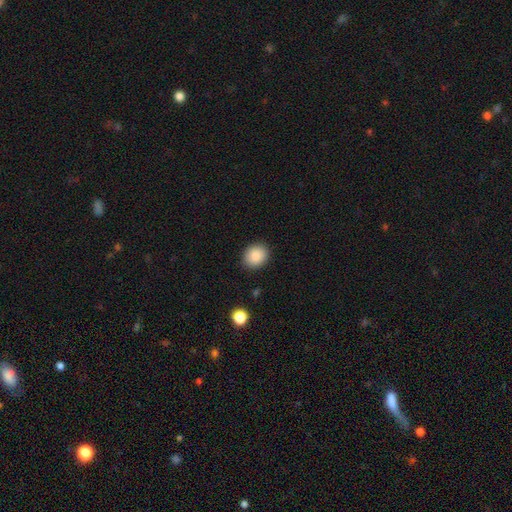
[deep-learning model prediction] Smooth or featured?
  - smooth: 88% *
  - star or artifact: 8%
  - featured or disk: 4%
How rounded?
  - round: 62% *
  - in between: 37%
  - cigar-shaped: 1%
Merging?
  - none: 89% *
  - minor disturbance: 8%
  - major disturbance: 2%
  - merger: 1%